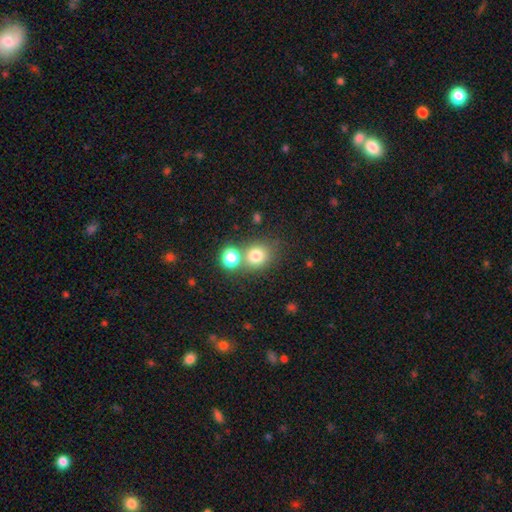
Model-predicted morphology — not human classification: This is likely a smooth galaxy (77%). How rounded: likely round (77%). Merging: possibly none (52%).